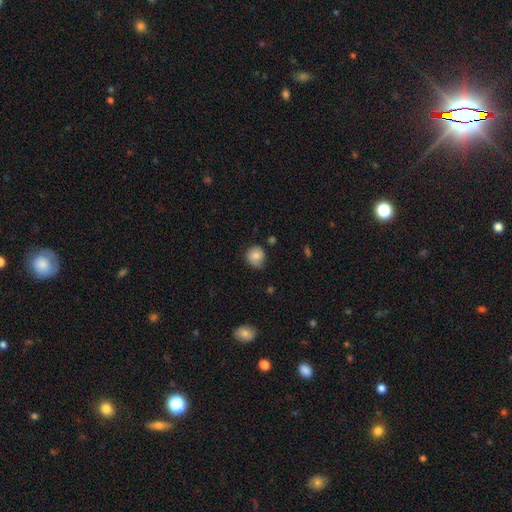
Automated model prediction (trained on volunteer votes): Smooth or featured?
  - smooth: 80% *
  - featured or disk: 11%
  - star or artifact: 9%
How rounded?
  - round: 85% *
  - in between: 15%
  - cigar-shaped: 1%
Merging?
  - none: 70% *
  - minor disturbance: 24%
  - major disturbance: 4%
  - merger: 2%